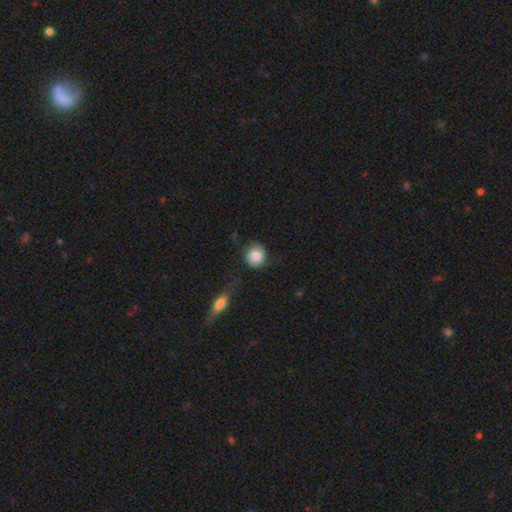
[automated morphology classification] smooth-or-featured: smooth: 80% | featured or disk: 13% | star or artifact: 7%
  how-rounded: round: 85% | in between: 14% | cigar-shaped: 1%
  merging: none: 63% | minor disturbance: 20% | major disturbance: 10% | merger: 7%